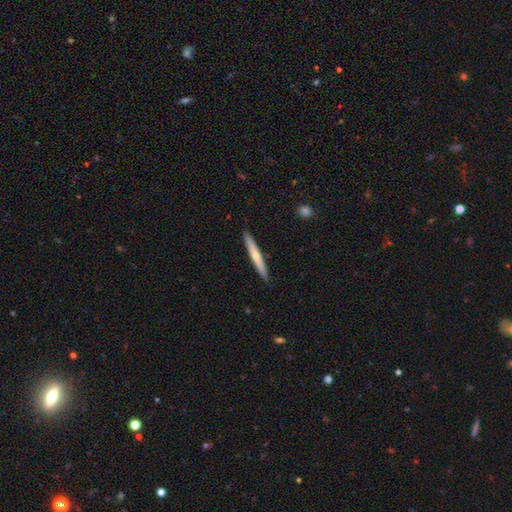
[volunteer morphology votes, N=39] Volunteers were most divided on "smooth or featured": smooth: 59%, featured or disk: 41%, star or artifact: 0%. More confident: merging — none (97%); how rounded — cigar-shaped (91%).